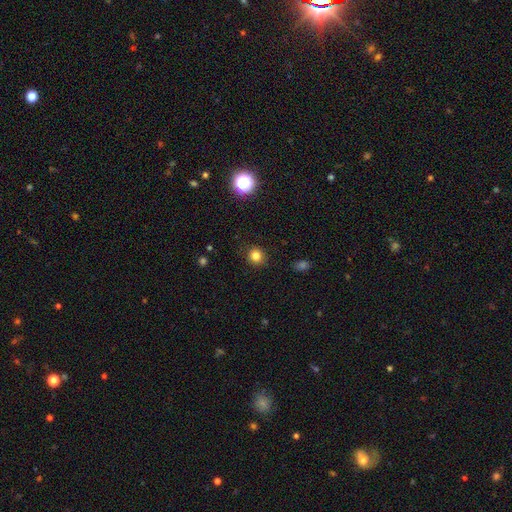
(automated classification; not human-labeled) A smooth galaxy with no disk features (82%) that is round (87%).

Vote fractions:
- Smooth or featured? smooth: 82% / star or artifact: 13% / featured or disk: 5%
- How rounded? round: 87% / in between: 12% / cigar-shaped: 1%
- Merging? none: 88% / minor disturbance: 8% / major disturbance: 3% / merger: 1%